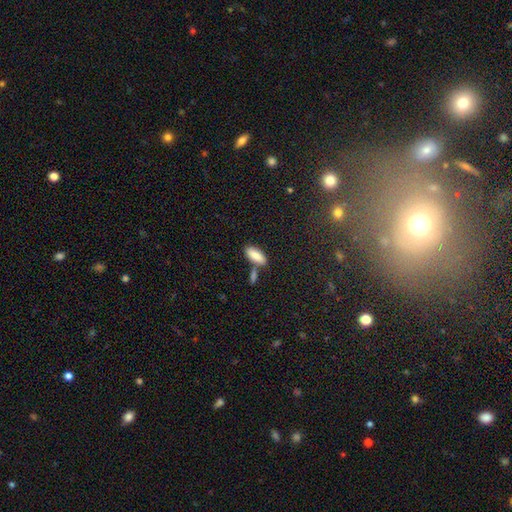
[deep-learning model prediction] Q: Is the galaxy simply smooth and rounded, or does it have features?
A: smooth — 85%.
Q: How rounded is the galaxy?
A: in between — 79%.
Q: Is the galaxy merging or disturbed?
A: none — 66%.